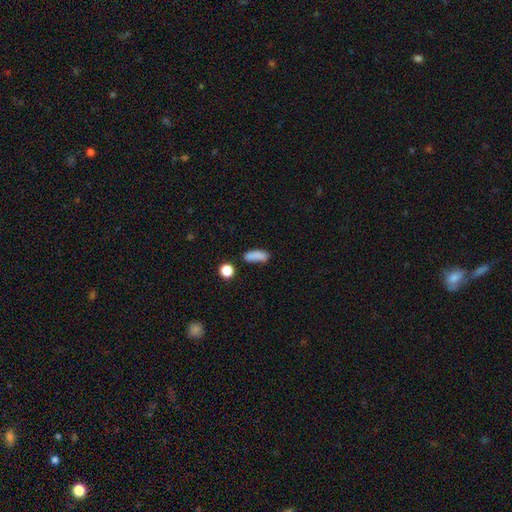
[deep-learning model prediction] Smooth or featured?
  - smooth: 82% *
  - star or artifact: 10%
  - featured or disk: 7%
How rounded?
  - in between: 63% *
  - cigar-shaped: 31%
  - round: 5%
Merging?
  - none: 60% *
  - minor disturbance: 22%
  - merger: 9%
  - major disturbance: 8%